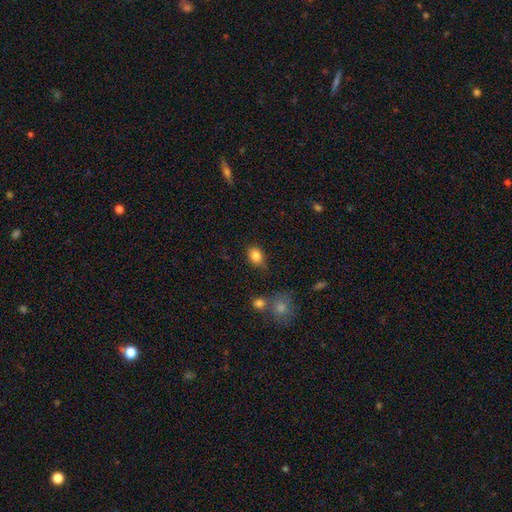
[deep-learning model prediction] Overall: smooth (84%). How rounded: in between (66%; round 33%). Merging: none (76%).